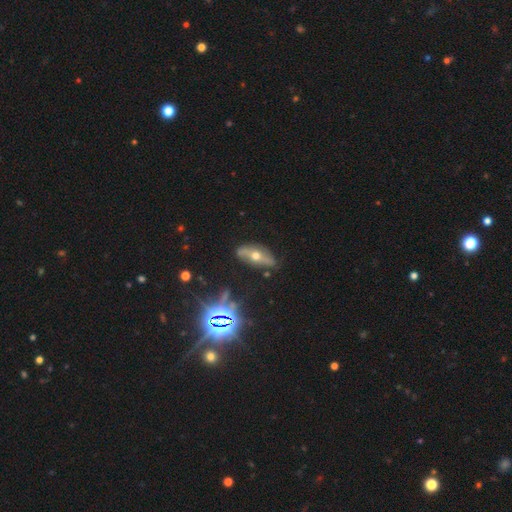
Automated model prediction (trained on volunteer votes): The model was most divided on "edge-on disk" (2-way tie): yes: 50%, no: 50%. More confident: merging — none (76%); smooth or featured — featured or disk (53%).